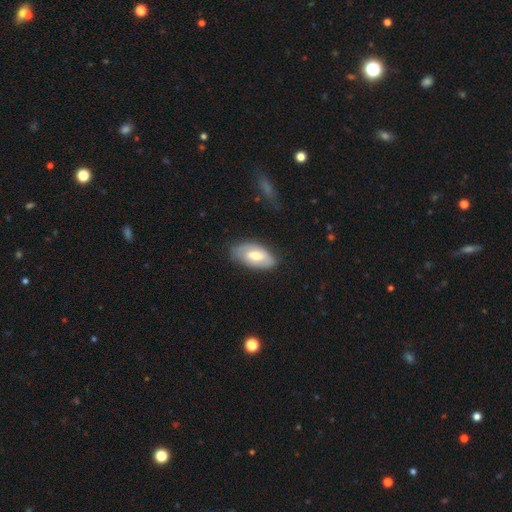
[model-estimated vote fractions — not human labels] A smooth galaxy with no disk features (52%) that is in between round and cigar-shaped (93%).

Vote fractions:
- Smooth or featured? smooth: 52% / featured or disk: 42% / star or artifact: 6%
- How rounded? in between: 93% / round: 4% / cigar-shaped: 3%
- Merging? none: 72% / minor disturbance: 22% / major disturbance: 5% / merger: 1%